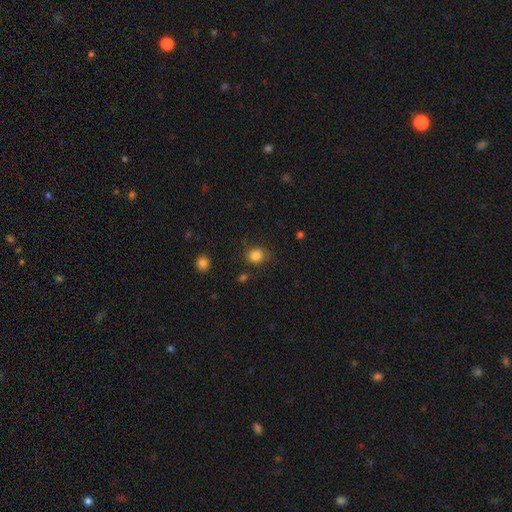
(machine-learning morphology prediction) Q: Smooth or featured?
A: smooth (84%); runner-up: star or artifact (12%)
Q: How rounded?
A: round (78%); runner-up: in between (21%)
Q: Merging?
A: none (78%); runner-up: minor disturbance (15%)